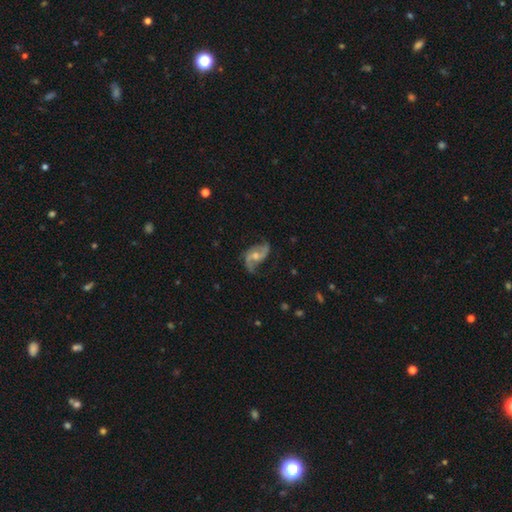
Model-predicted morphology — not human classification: The model was most divided on "bar": no: 50%, weak: 39%, strong: 11%. More confident: edge-on disk — no (97%); spiral arms — yes (95%); spiral arm count — 2 (89%); smooth or featured — featured or disk (84%); merging — none (64%); bulge size — moderate (62%); spiral winding — loose (56%).